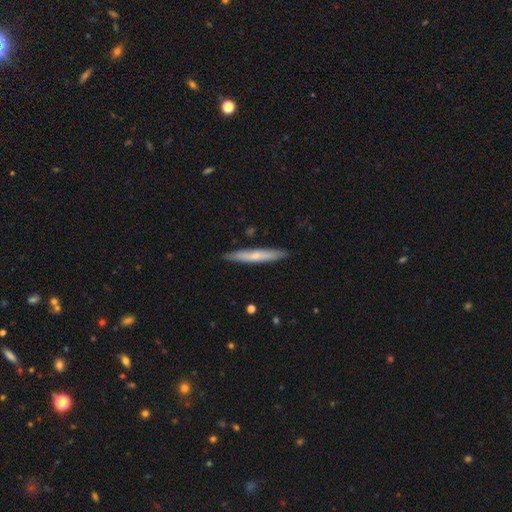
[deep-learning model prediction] Smooth or featured: smooth — 55% (featured or disk — 39%)
How rounded: cigar-shaped — 94% (in between — 5%)
Merging: none — 89% (minor disturbance — 8%)